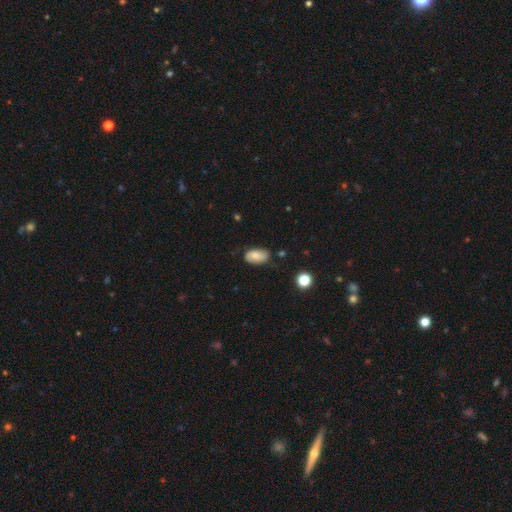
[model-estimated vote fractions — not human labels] Overall: smooth (69%). How rounded: in between (93%). Merging: none (71%).